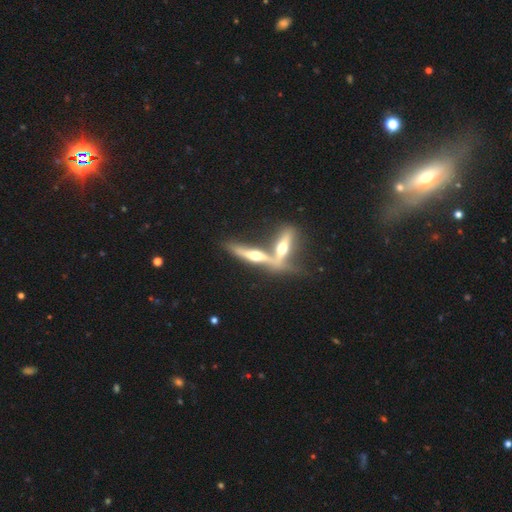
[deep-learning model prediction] featured or disk 73%, smooth 22%, star or artifact 6%. Down the decision tree: edge-on disk — yes (91%); edge-on bulge — rounded (95%); merging — merger (53%).